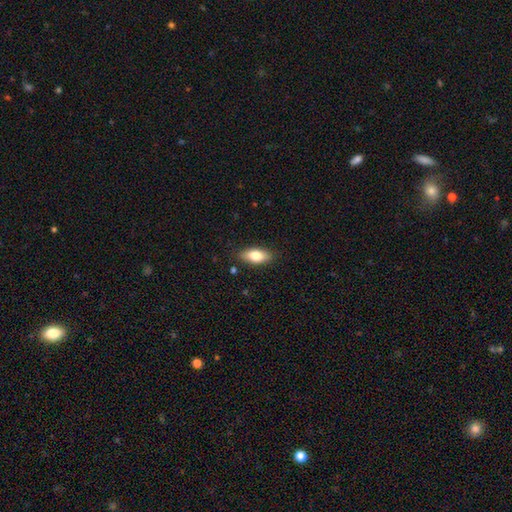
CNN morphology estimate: smooth 78%, featured or disk 15%, star or artifact 7%. Down the decision tree: how rounded — in between (85%); merging — none (86%).